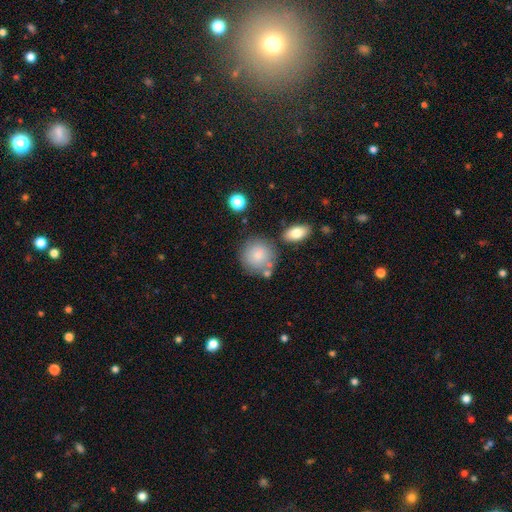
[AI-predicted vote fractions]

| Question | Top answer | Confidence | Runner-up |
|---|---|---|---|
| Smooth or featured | smooth | 81% | featured or disk (11%) |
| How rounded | round | 90% | in between (9%) |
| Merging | none | 72% | minor disturbance (14%) |